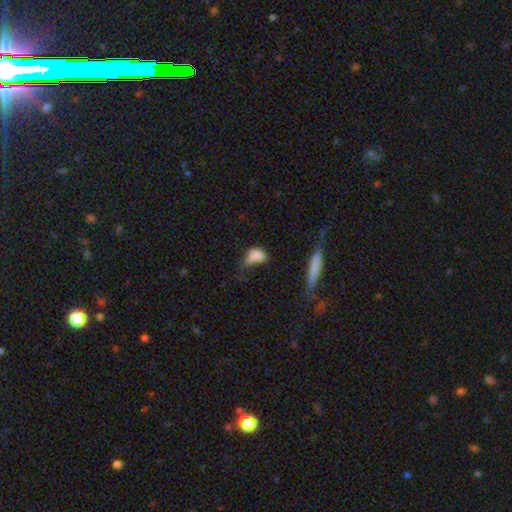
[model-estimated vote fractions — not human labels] Smooth or featured: smooth — 75% (featured or disk — 15%)
How rounded: in between — 81% (round — 14%)
Merging: major disturbance — 32% (minor disturbance — 26%)